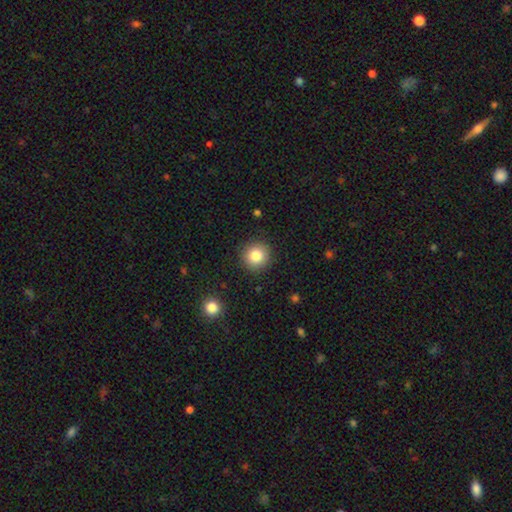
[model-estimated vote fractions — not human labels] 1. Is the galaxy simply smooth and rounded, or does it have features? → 82% smooth, 10% star or artifact, 8% featured or disk.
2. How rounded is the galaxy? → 94% round, 6% in between, 1% cigar-shaped.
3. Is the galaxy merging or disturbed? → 90% none, 6% minor disturbance, 2% major disturbance, 1% merger.